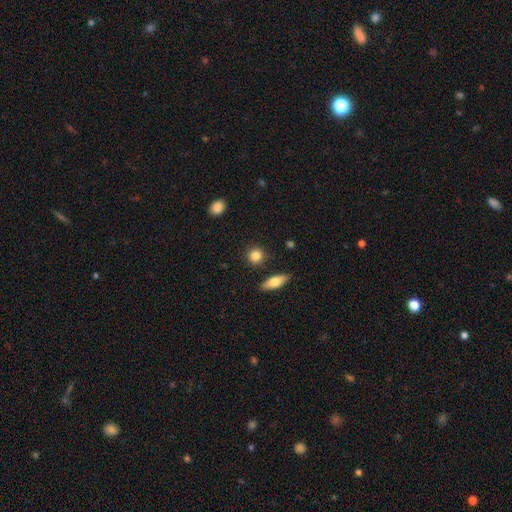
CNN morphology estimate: smooth_or_featured: smooth (p=0.85) [alt: star or artifact p=0.08]
how_rounded: round (p=0.87) [alt: in between p=0.11]
merging: none (p=0.88) [alt: minor disturbance p=0.07]